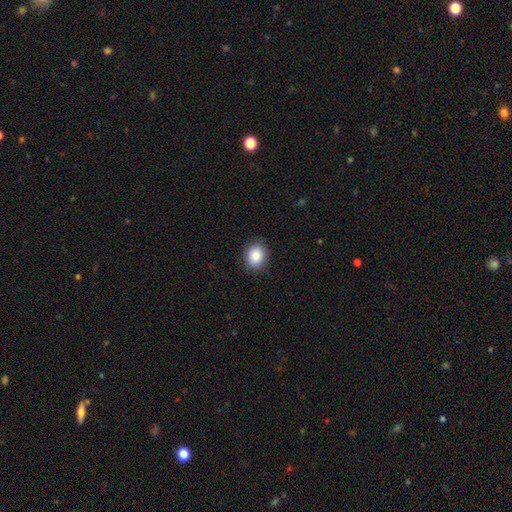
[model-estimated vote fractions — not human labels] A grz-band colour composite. It shows a smooth galaxy with no disk features (87%) that is round (53%). Merging: none (89%).